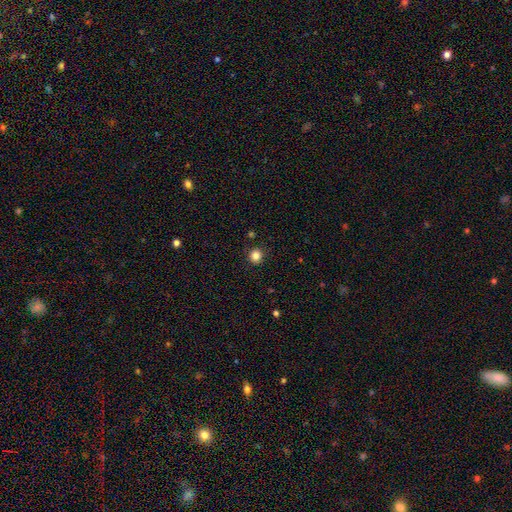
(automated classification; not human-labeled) A smooth galaxy with no disk features (84%) that is round (93%).

Vote fractions:
- Smooth or featured? smooth: 84% / star or artifact: 12% / featured or disk: 4%
- How rounded? round: 93% / in between: 6% / cigar-shaped: 1%
- Merging? none: 91% / minor disturbance: 6% / major disturbance: 2% / merger: 1%